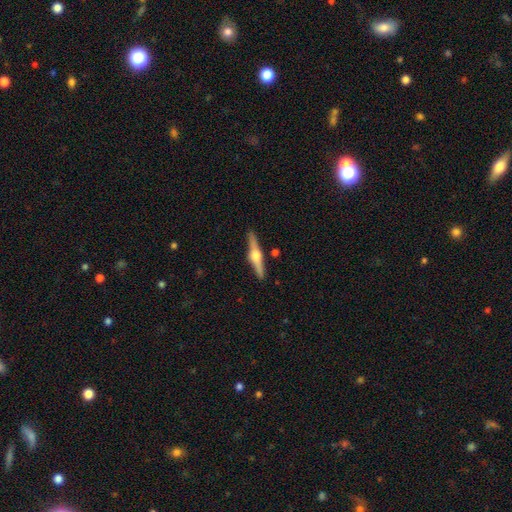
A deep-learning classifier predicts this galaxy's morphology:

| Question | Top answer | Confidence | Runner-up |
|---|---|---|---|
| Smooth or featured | featured or disk | 76% | smooth (19%) |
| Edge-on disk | yes | 98% | no (2%) |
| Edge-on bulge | rounded | 95% | boxy (3%) |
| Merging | none | 90% | minor disturbance (7%) |